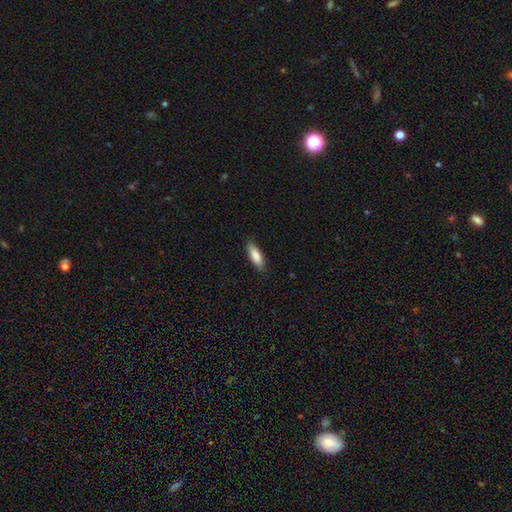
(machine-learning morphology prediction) The model was most divided on "how rounded": in between: 57%, cigar-shaped: 42%, round: 2%. More confident: smooth or featured — smooth (86%); merging — none (86%).